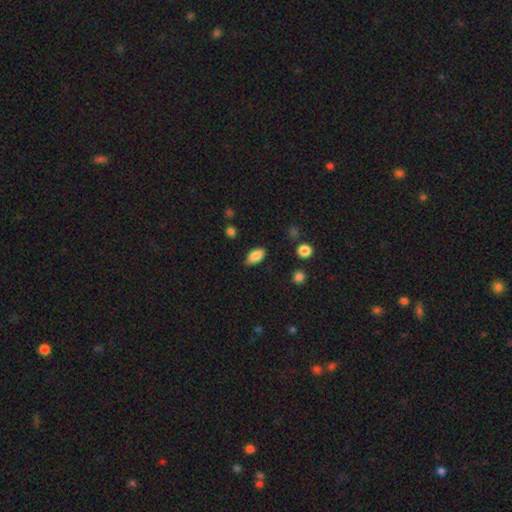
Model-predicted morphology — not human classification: smooth_or_featured: smooth (p=0.83) [alt: featured or disk p=0.10]
how_rounded: in between (p=0.89) [alt: cigar-shaped p=0.07]
merging: none (p=0.81) [alt: minor disturbance p=0.15]